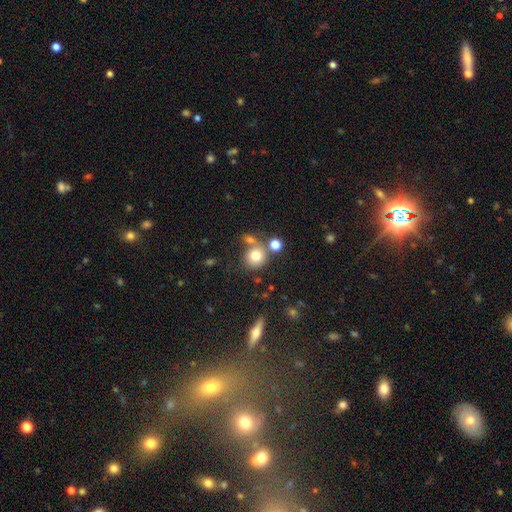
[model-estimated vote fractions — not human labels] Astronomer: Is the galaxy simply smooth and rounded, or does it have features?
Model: smooth — 76%.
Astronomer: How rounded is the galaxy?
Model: round — 84%.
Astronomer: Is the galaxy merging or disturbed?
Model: none — 56%.